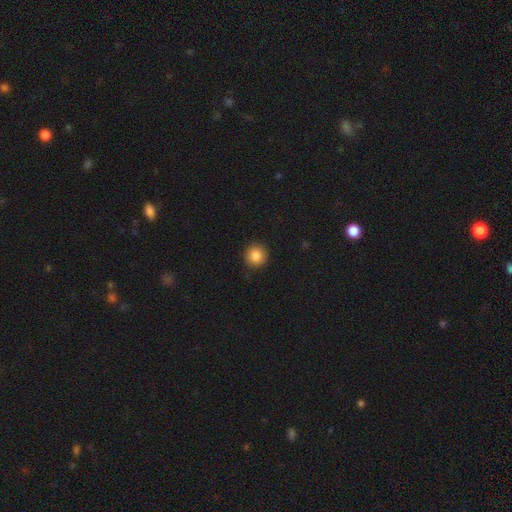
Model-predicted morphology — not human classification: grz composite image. It shows a smooth galaxy with no disk features (85%) that is round (94%). Merging: none (91%).